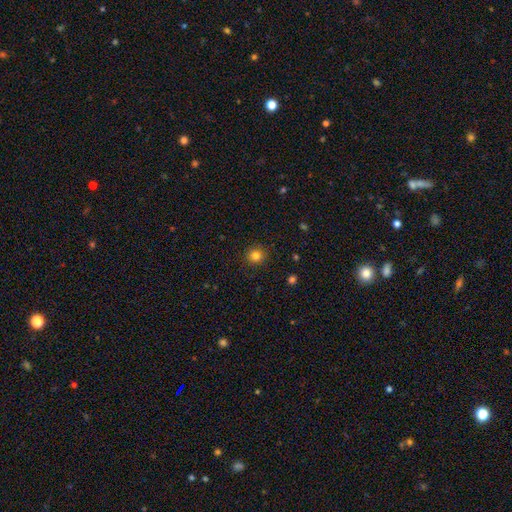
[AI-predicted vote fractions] This is clearly a smooth galaxy (82%). How rounded: clearly round (91%). Merging: clearly none (91%).